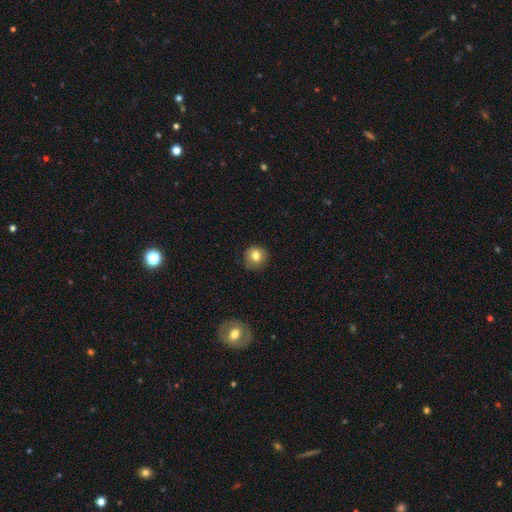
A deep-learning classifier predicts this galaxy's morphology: A smooth galaxy with no disk features (79%) that is round (93%).

Vote fractions:
- Smooth or featured? smooth: 79% / featured or disk: 11% / star or artifact: 10%
- How rounded? round: 93% / in between: 6% / cigar-shaped: 1%
- Merging? none: 85% / minor disturbance: 12% / major disturbance: 3% / merger: 1%